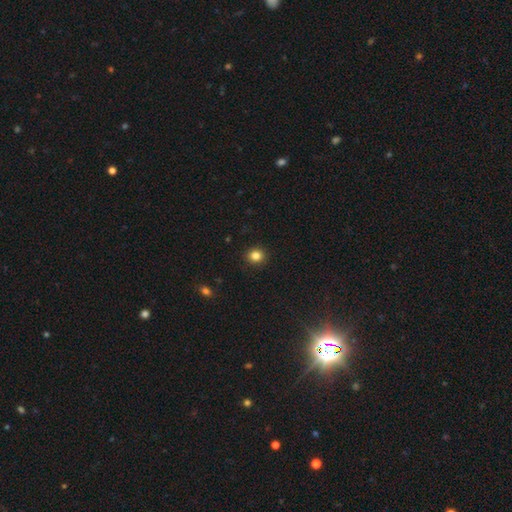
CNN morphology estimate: Overall: smooth (84%). How rounded: round (85%). Merging: none (91%).